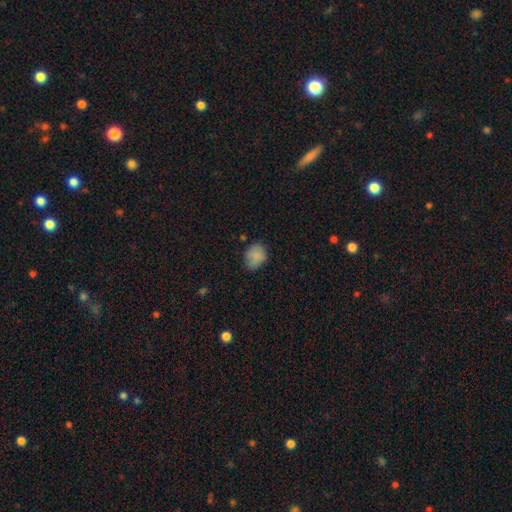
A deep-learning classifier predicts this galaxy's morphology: smooth-or-featured: smooth: 83% | star or artifact: 9% | featured or disk: 8%
  how-rounded: in between: 53% | round: 46% | cigar-shaped: 1%
  merging: none: 69% | minor disturbance: 24% | major disturbance: 5% | merger: 2%